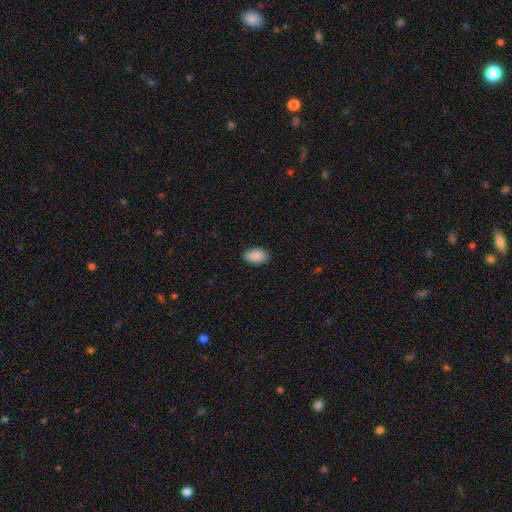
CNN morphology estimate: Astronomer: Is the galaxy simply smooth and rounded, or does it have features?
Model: smooth — 90%.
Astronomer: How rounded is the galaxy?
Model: in between — 94%.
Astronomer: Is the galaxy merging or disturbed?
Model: none — 88%.